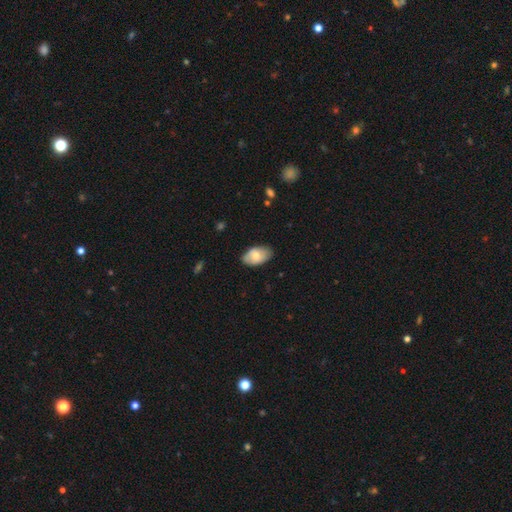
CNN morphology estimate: smooth 71%, featured or disk 23%, star or artifact 6%. Down the decision tree: how rounded — in between (94%); merging — none (77%).